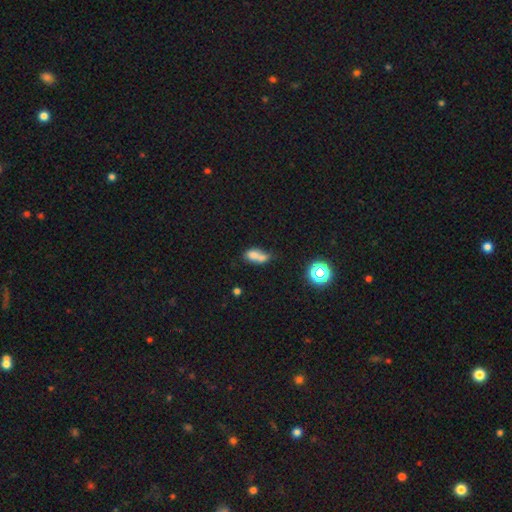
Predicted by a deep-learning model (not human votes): Smooth or featured? smooth (68%)
How rounded? in between (74%)
Merging? merger (53%)